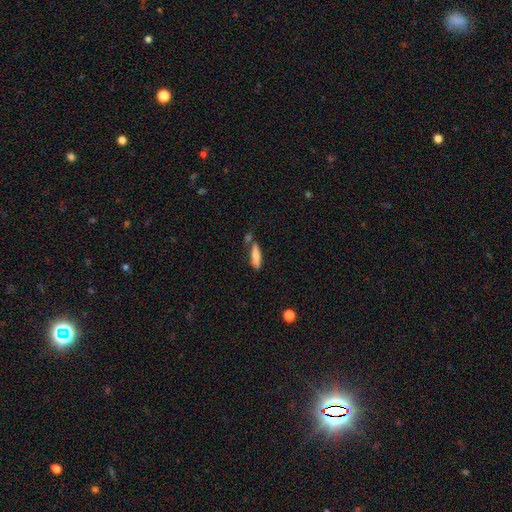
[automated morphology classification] Q: Smooth or featured?
A: smooth (73%); runner-up: featured or disk (20%)
Q: How rounded?
A: cigar-shaped (67%); runner-up: in between (31%)
Q: Merging?
A: none (63%); runner-up: minor disturbance (18%)